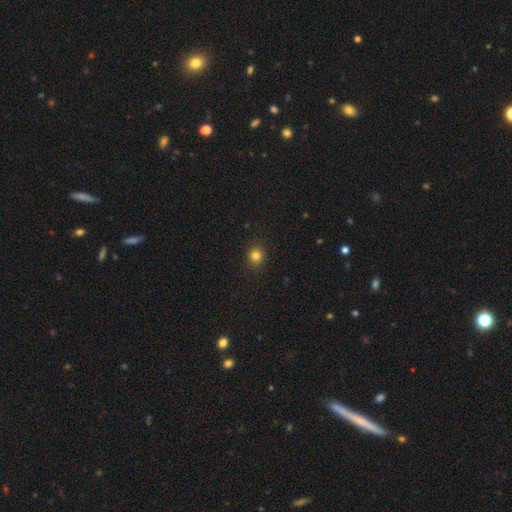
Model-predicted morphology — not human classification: Smooth or featured?
  - smooth: 82% *
  - star or artifact: 13%
  - featured or disk: 5%
How rounded?
  - round: 88% *
  - in between: 11%
  - cigar-shaped: 1%
Merging?
  - none: 91% *
  - minor disturbance: 6%
  - major disturbance: 2%
  - merger: 1%